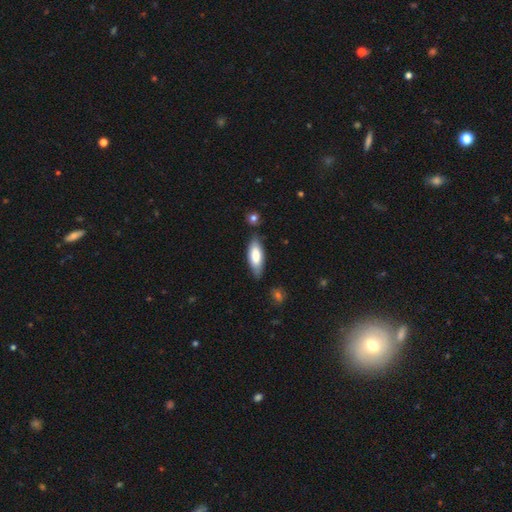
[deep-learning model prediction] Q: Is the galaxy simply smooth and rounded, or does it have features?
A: smooth — 75%.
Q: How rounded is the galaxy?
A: in between — 67%.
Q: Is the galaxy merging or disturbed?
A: none — 77%.